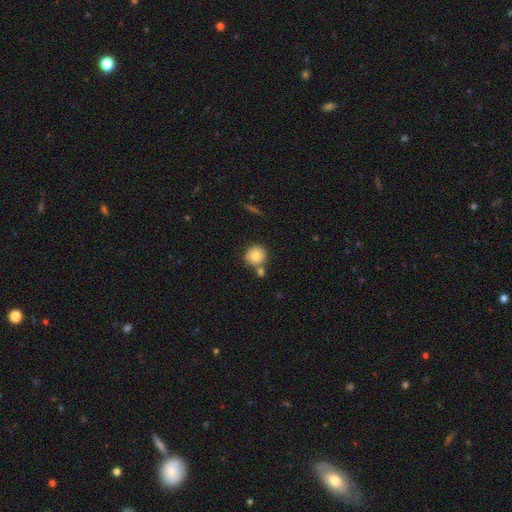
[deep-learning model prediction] smooth 81%, featured or disk 10%, star or artifact 9%. Down the decision tree: how rounded — round (92%); merging — none (68%).